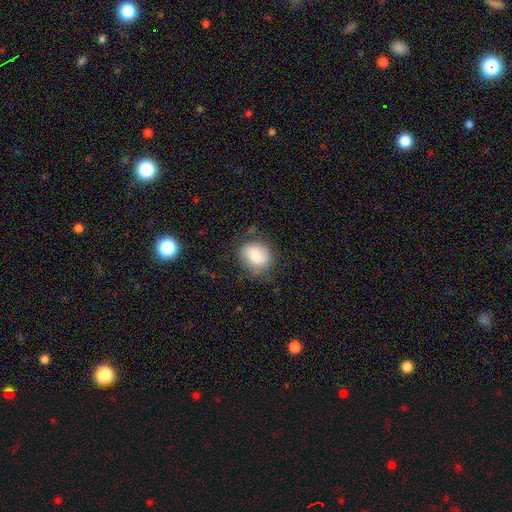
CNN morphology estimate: The model was most divided on "how rounded": round: 55%, in between: 44%, cigar-shaped: 1%. More confident: smooth or featured — smooth (82%); merging — none (68%).